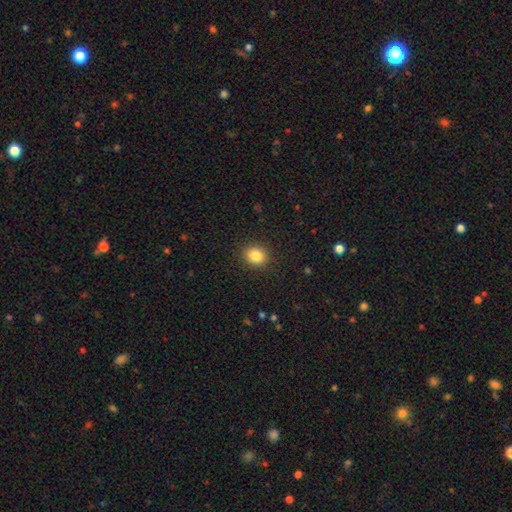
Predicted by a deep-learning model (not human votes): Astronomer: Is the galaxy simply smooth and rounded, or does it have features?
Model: smooth — 85%.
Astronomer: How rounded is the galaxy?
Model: round — 68%.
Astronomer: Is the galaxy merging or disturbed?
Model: none — 90%.